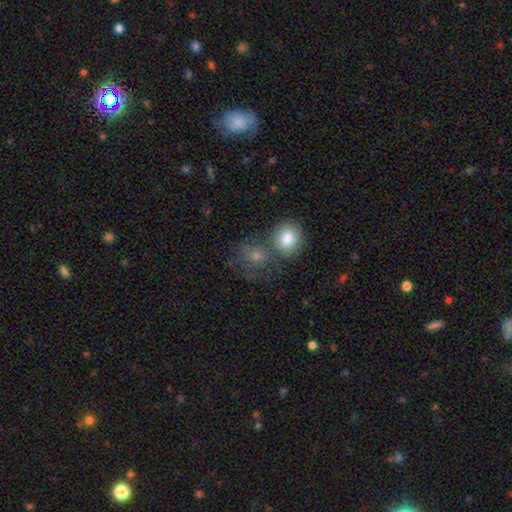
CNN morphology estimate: A smooth galaxy with no disk features (72%) that is round (73%).

Vote fractions:
- Smooth or featured? smooth: 72% / featured or disk: 14% / star or artifact: 14%
- How rounded? round: 73% / in between: 26% / cigar-shaped: 1%
- Merging? none: 42% / merger: 39% / minor disturbance: 12% / major disturbance: 7%